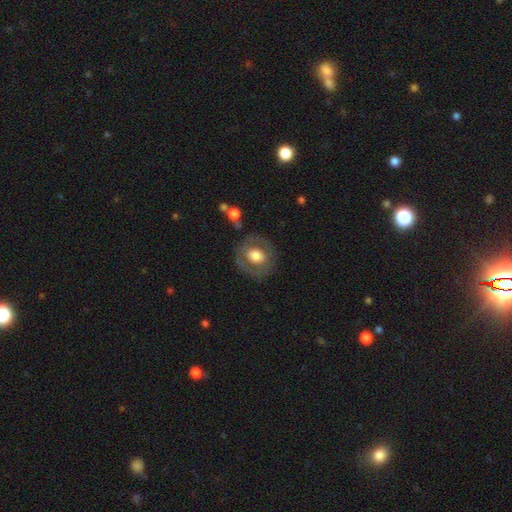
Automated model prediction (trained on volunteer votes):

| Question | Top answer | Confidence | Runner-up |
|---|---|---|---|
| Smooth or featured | smooth | 56% | featured or disk (37%) |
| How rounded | round | 79% | in between (20%) |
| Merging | none | 79% | minor disturbance (12%) |